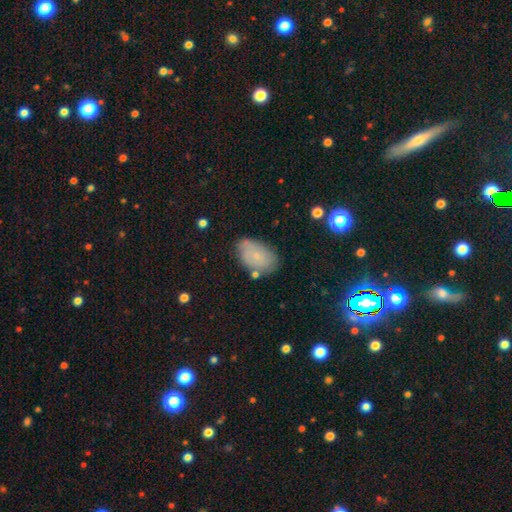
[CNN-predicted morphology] Overall: smooth (68%). How rounded: in between (90%). Merging: none (70%).